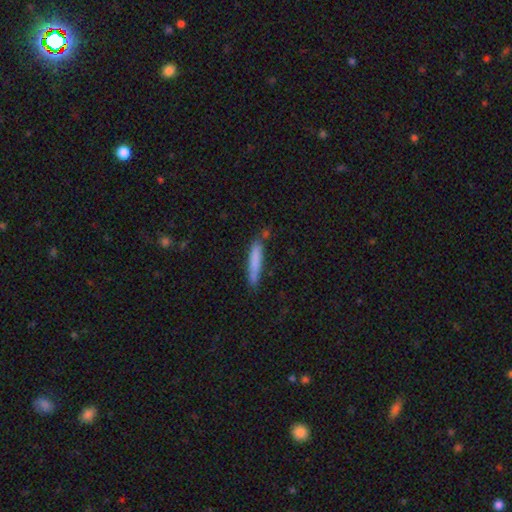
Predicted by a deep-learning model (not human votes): A smooth galaxy with no disk features (77%) that is cigar-shaped (92%). Merging: none (76%).